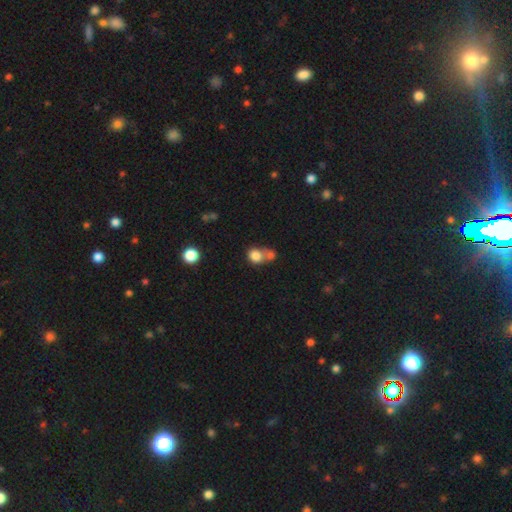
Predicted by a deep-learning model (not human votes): Q: Smooth or featured?
A: smooth (79%); runner-up: star or artifact (11%)
Q: How rounded?
A: round (73%); runner-up: in between (26%)
Q: Merging?
A: merger (51%); runner-up: none (34%)